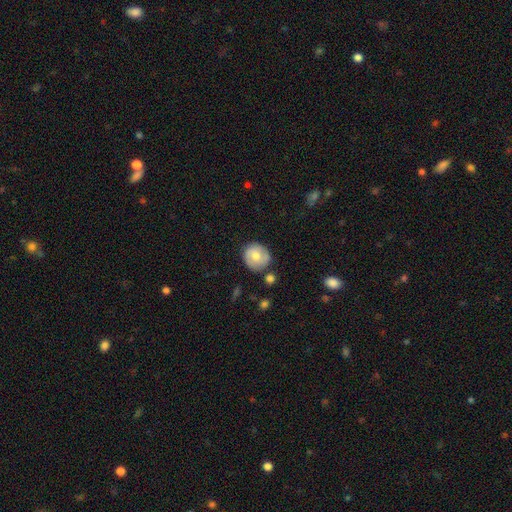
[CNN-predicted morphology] Smooth or featured: smooth — 50% (featured or disk — 43%)
How rounded: round — 86% (in between — 13%)
Merging: none — 76% (minor disturbance — 15%)